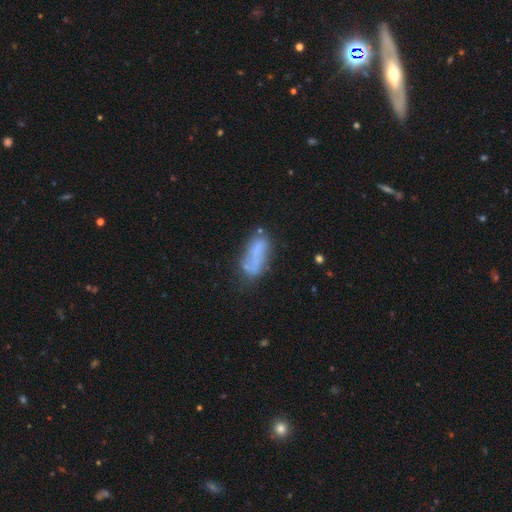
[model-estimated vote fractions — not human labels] Smooth or featured? smooth (56%)
How rounded? in between (67%)
Merging? none (51%)